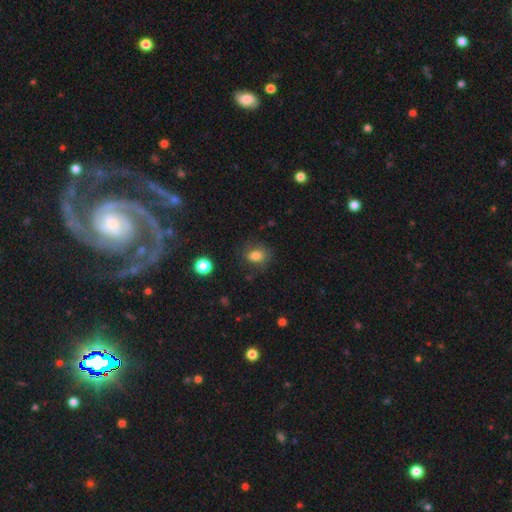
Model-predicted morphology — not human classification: This appears to be a smooth galaxy with no disk features (81%) that is in between round and cigar-shaped (61%). Merging: none (74%).